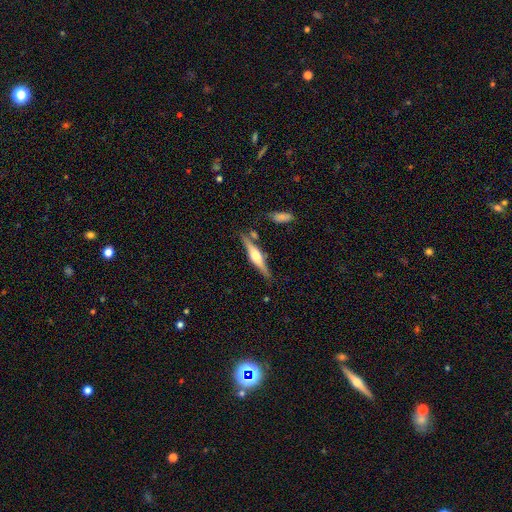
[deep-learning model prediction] Smooth or featured? Predicted: featured or disk (p=0.69). Edge-on disk? Predicted: yes (p=0.97). Edge-on bulge? Predicted: rounded (p=0.90). Merging? Predicted: none (p=0.81).